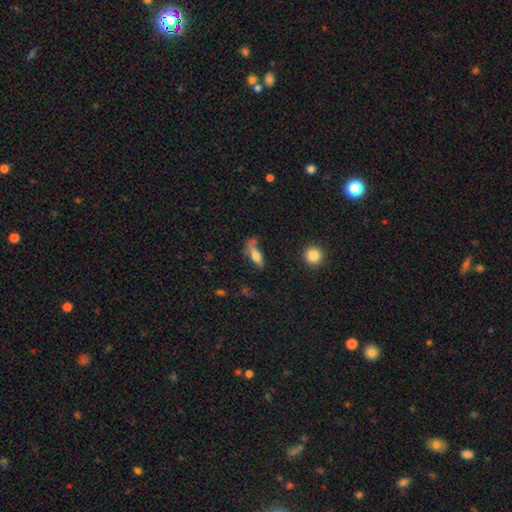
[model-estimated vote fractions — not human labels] A smooth galaxy with no disk features (64%) that is in between round and cigar-shaped (54%). Merging: none (36%).